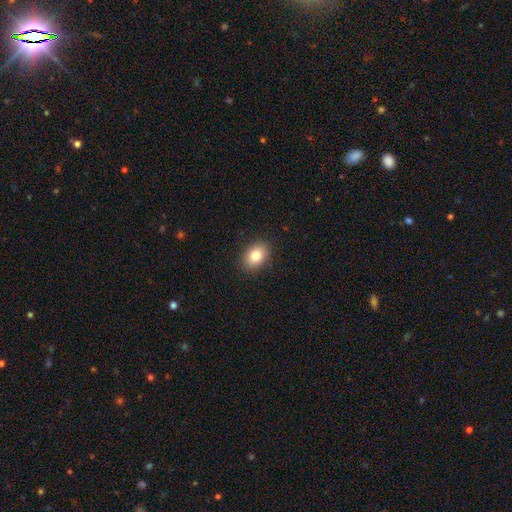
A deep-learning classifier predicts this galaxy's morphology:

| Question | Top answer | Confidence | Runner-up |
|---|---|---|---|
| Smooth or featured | smooth | 83% | star or artifact (9%) |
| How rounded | in between | 73% | round (26%) |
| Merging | none | 89% | minor disturbance (8%) |